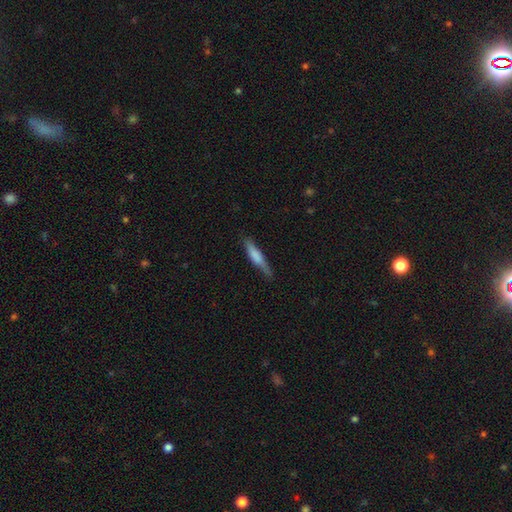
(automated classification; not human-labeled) This is likely a smooth galaxy (66%). How rounded: clearly cigar-shaped (83%). Merging: likely none (71%).